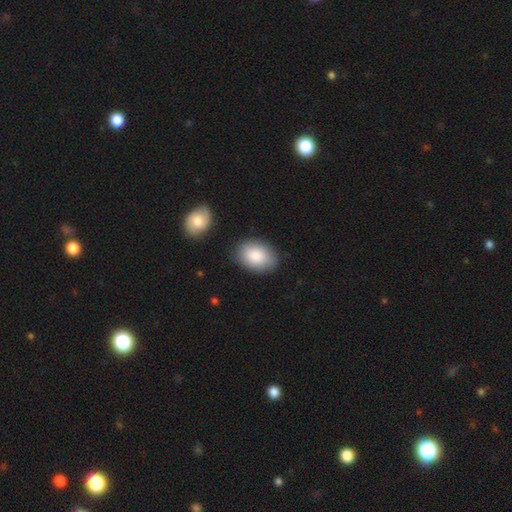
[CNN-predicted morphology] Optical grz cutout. It shows a smooth galaxy with no disk features (86%) that is in between round and cigar-shaped (84%). Merging: none (82%).